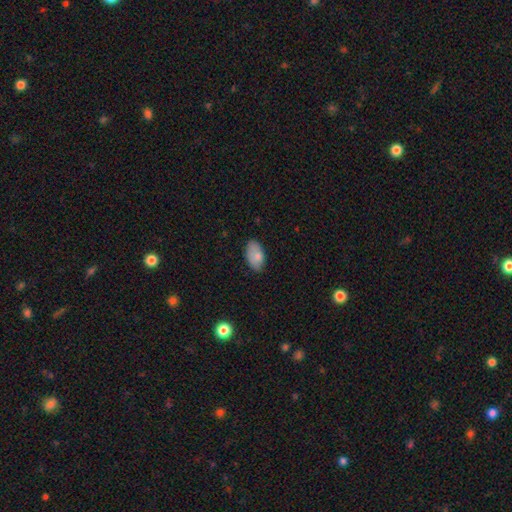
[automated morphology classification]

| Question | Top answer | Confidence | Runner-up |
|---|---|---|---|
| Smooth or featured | smooth | 81% | featured or disk (11%) |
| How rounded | in between | 93% | round (5%) |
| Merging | none | 74% | minor disturbance (21%) |